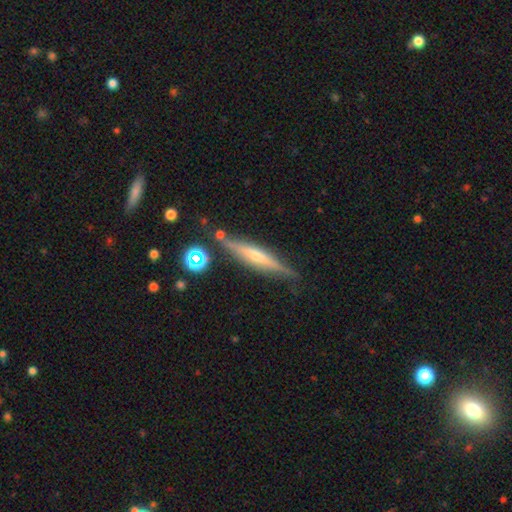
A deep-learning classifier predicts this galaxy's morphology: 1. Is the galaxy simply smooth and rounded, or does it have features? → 65% featured or disk, 27% smooth, 8% star or artifact.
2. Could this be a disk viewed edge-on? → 95% yes, 5% no.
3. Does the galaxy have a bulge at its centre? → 56% rounded, 29% none, 14% boxy.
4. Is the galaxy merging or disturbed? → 80% none, 13% minor disturbance, 4% merger, 3% major disturbance.